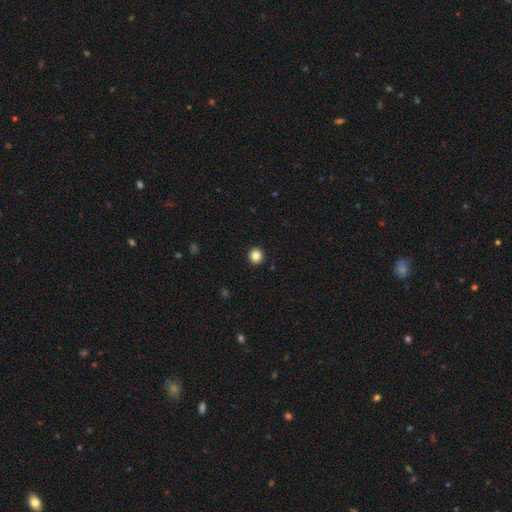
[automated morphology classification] smooth 85%, star or artifact 10%, featured or disk 4%. Down the decision tree: how rounded — round (91%); merging — none (93%).